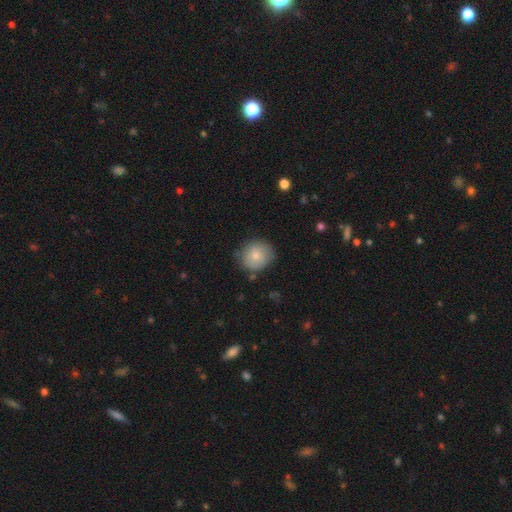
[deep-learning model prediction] smooth-or-featured: smooth: 80% | featured or disk: 12% | star or artifact: 8%
  how-rounded: round: 83% | in between: 17% | cigar-shaped: 1%
  merging: none: 76% | minor disturbance: 18% | major disturbance: 4% | merger: 2%